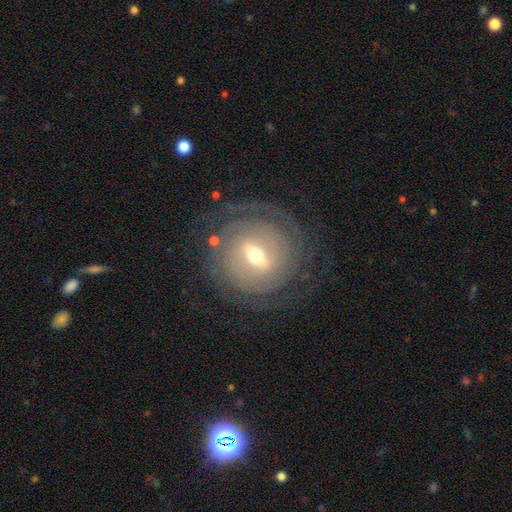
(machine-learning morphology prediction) This is clearly a featured or disk galaxy (84%). It is clearly not viewed edge-on (95%). Bar: possibly weak (46%). Spiral arm pattern: clearly yes (90%). Spiral arm count: marginally can't tell (35%). Spiral winding: likely tight (70%). Central bulge: possibly moderate (58%). Merging: likely none (76%).